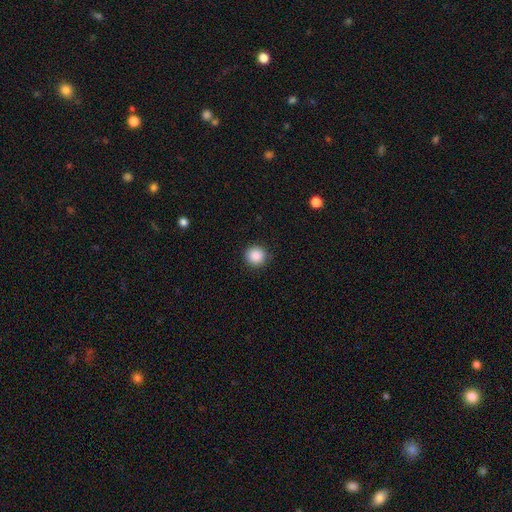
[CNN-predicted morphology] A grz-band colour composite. It shows a smooth galaxy with no disk features (88%) that is round (94%). Merging: none (91%).